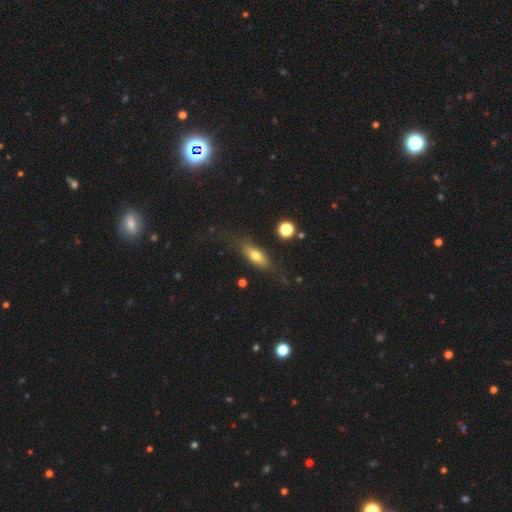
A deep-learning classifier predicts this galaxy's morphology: Overall: smooth (67%). How rounded: in between (62%; cigar-shaped 33%). Merging: none (71%).